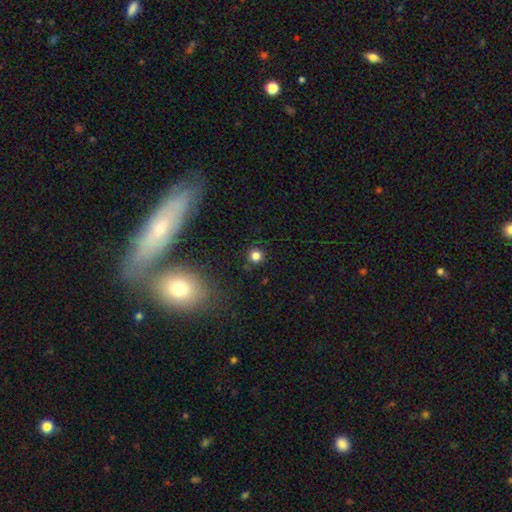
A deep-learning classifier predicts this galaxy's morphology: Smooth or featured?
  - smooth: 80% *
  - star or artifact: 15%
  - featured or disk: 5%
How rounded?
  - round: 95% *
  - in between: 4%
  - cigar-shaped: 1%
Merging?
  - none: 91% *
  - minor disturbance: 5%
  - major disturbance: 2%
  - merger: 2%